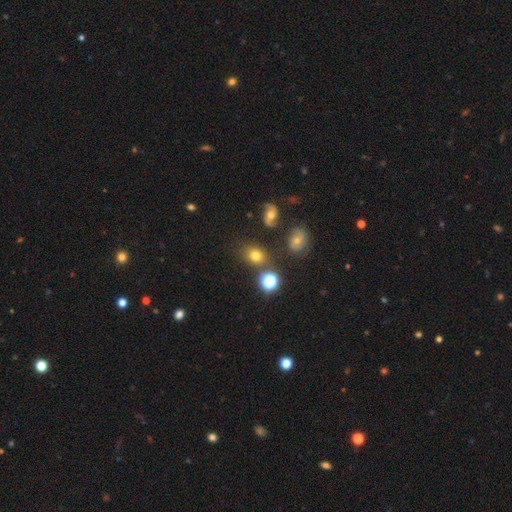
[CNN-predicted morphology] Smooth or featured? Predicted: smooth (p=0.71). How rounded? Predicted: round (p=0.52). Merging? Predicted: none (p=0.75).